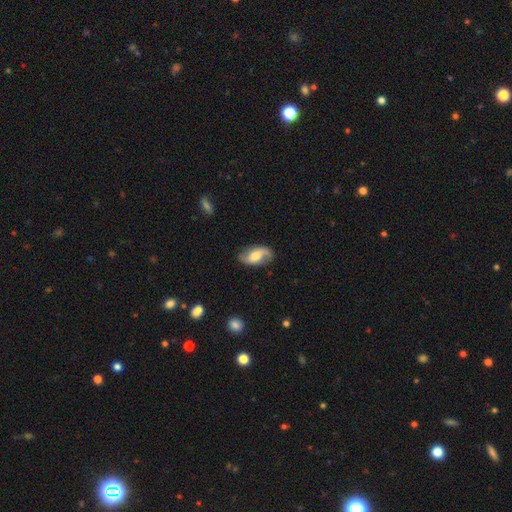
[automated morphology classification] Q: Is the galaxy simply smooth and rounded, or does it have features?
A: featured or disk — 65%.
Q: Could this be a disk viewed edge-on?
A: no — 95%.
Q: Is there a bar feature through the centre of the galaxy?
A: no — 49%.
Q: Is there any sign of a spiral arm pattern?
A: yes — 90%.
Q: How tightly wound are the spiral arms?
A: loose — 53%.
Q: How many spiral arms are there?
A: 2 — 88%.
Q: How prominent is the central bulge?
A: moderate — 59%.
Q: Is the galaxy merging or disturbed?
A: none — 79%.